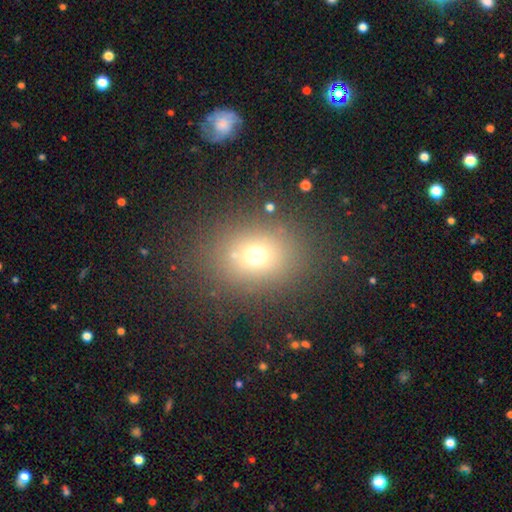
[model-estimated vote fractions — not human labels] Smooth or featured? smooth (67%)
How rounded? round (57%)
Merging? none (81%)